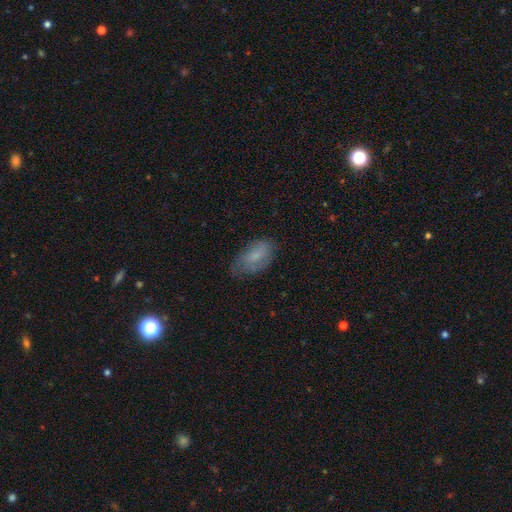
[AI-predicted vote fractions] Q: Smooth or featured?
A: smooth (67%); runner-up: featured or disk (25%)
Q: How rounded?
A: in between (92%); runner-up: round (4%)
Q: Merging?
A: none (62%); runner-up: minor disturbance (27%)